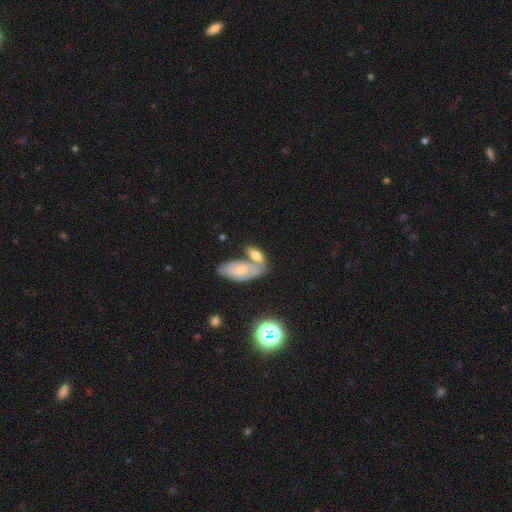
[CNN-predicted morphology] Smooth or featured? smooth (60%)
How rounded? in between (83%)
Merging? merger (44%)